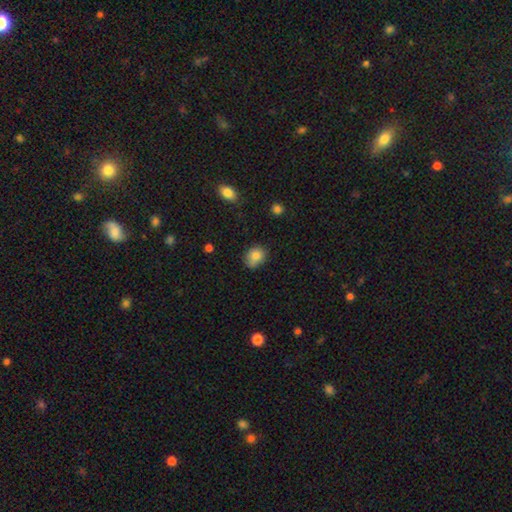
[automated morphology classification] Overall: smooth (80%). How rounded: round (54%; in between 45%). Merging: none (64%; minor disturbance 27%).